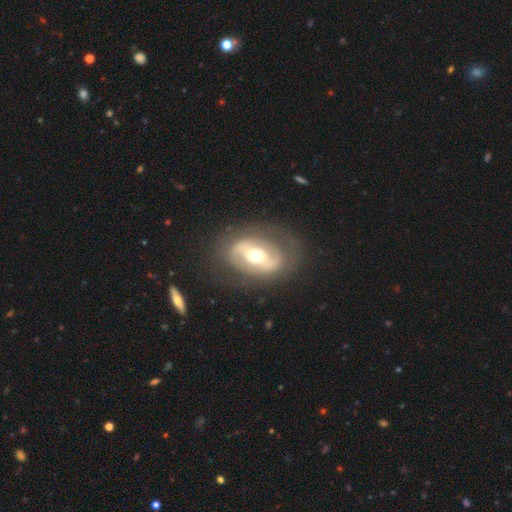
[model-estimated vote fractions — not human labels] smooth_or_featured: featured or disk (p=0.68) [alt: smooth p=0.26]
disk_edge_on: no (p=0.93) [alt: yes p=0.07]
bar: strong (p=0.41) [alt: weak p=0.30]
has_spiral_arms: no (p=0.54) [alt: yes p=0.46]
bulge_size: moderate (p=0.71) [alt: small p=0.14]
merging: none (p=0.73) [alt: minor disturbance p=0.15]